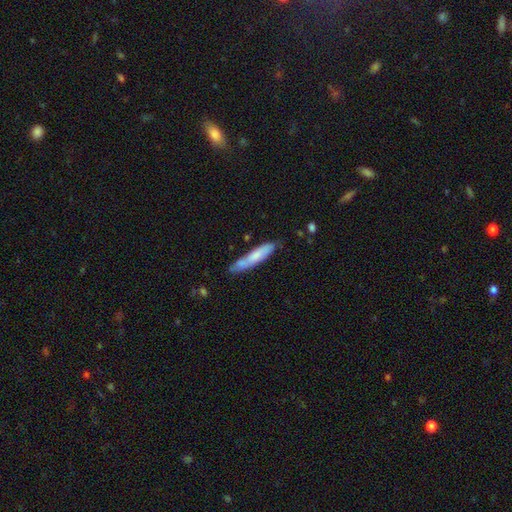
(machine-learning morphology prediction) A smooth galaxy with no disk features (68%) that is cigar-shaped (86%). Merging: none (68%).